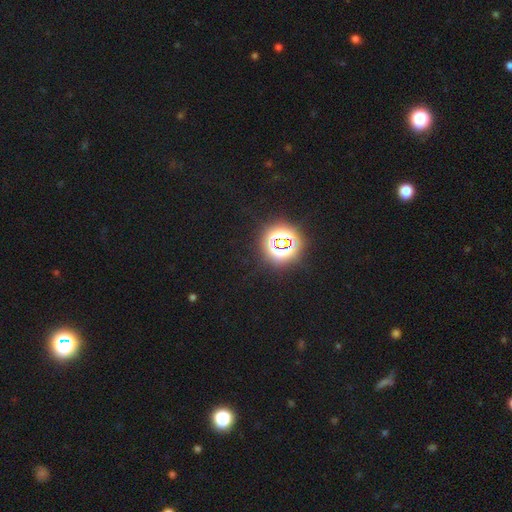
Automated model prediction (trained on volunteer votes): This is likely a star or artifact rather than a galaxy (79%).